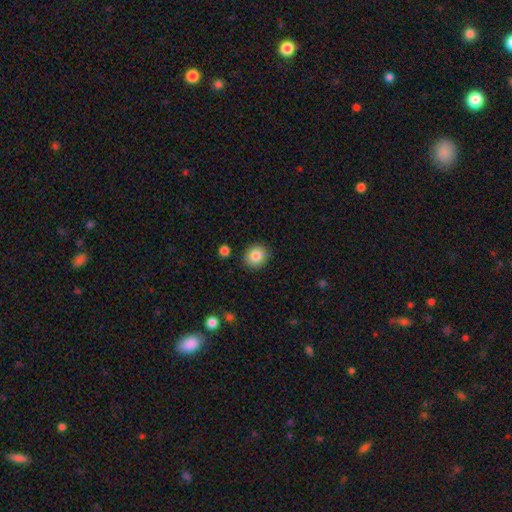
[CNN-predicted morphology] smooth-or-featured: smooth: 85% | star or artifact: 9% | featured or disk: 6%
  how-rounded: round: 79% | in between: 20% | cigar-shaped: 1%
  merging: none: 84% | minor disturbance: 11% | merger: 2% | major disturbance: 2%